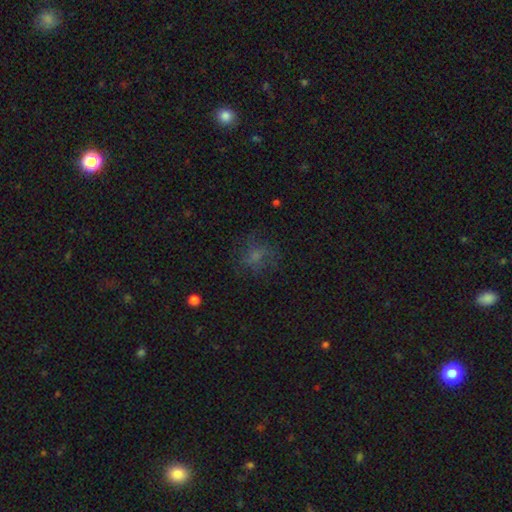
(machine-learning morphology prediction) smooth_or_featured: smooth (p=0.55) [alt: featured or disk p=0.23]
how_rounded: round (p=0.63) [alt: in between p=0.36]
merging: none (p=0.61) [alt: major disturbance p=0.19]